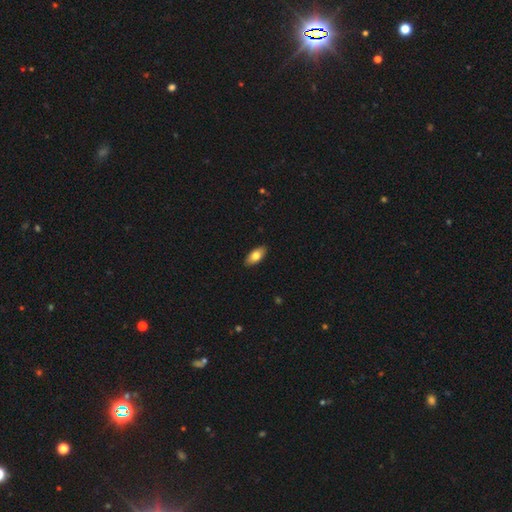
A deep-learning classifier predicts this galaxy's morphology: smooth 77%, featured or disk 16%, star or artifact 6%. Down the decision tree: how rounded — in between (89%); merging — none (90%).